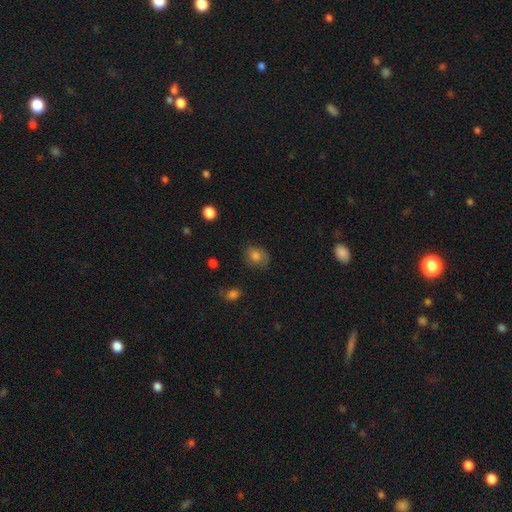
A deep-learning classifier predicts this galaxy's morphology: Smooth or featured: smooth — 76% (featured or disk — 13%)
How rounded: in between — 50% (round — 49%)
Merging: none — 71% (minor disturbance — 21%)